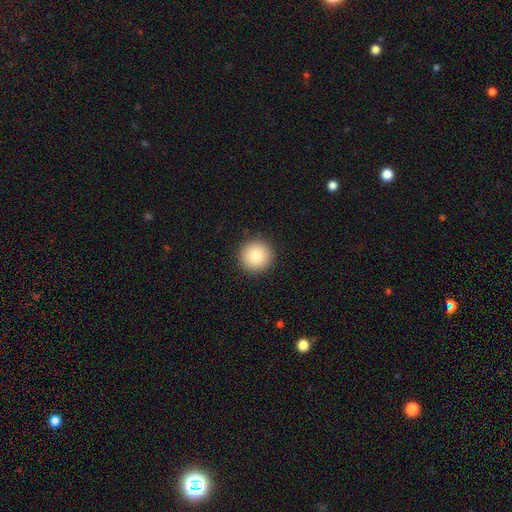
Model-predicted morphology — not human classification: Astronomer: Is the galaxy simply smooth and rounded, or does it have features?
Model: smooth — 85%.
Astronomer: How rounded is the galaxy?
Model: round — 95%.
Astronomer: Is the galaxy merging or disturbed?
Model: none — 92%.